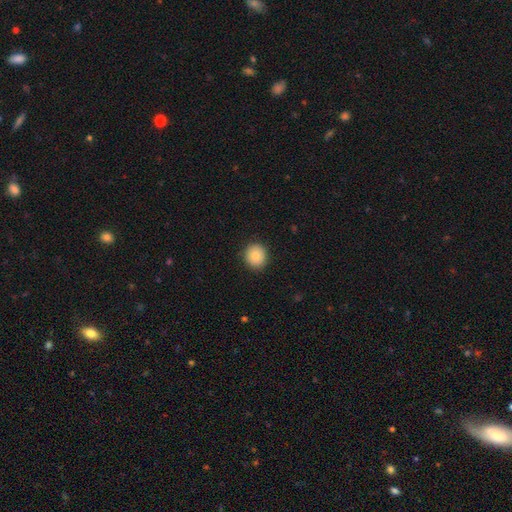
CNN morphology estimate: Q: Smooth or featured?
A: smooth (83%); runner-up: star or artifact (9%)
Q: How rounded?
A: round (83%); runner-up: in between (16%)
Q: Merging?
A: none (90%); runner-up: minor disturbance (7%)